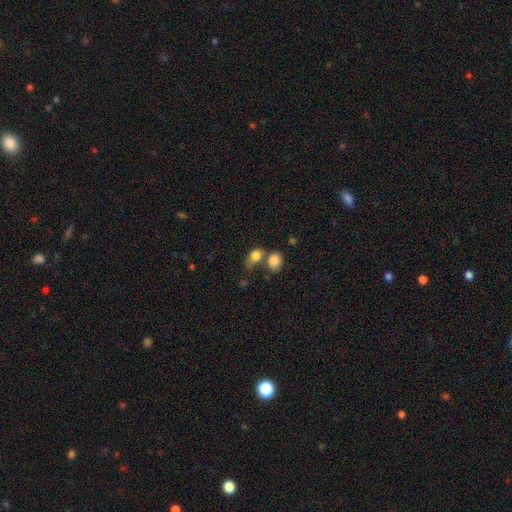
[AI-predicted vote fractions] smooth 82%, featured or disk 9%, star or artifact 9%. Down the decision tree: how rounded — in between (61%); merging — merger (42%).